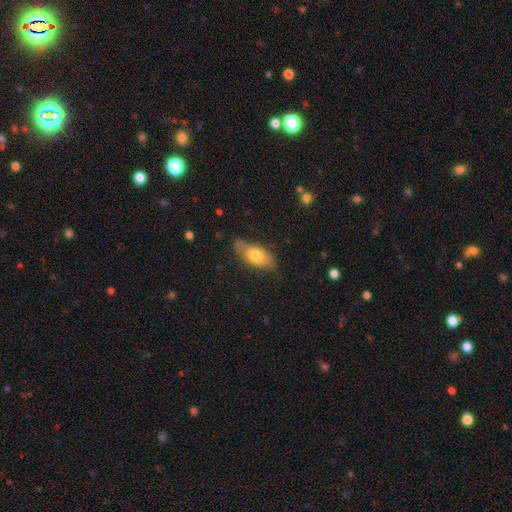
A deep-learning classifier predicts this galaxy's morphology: Smooth or featured? smooth (64%)
How rounded? in between (88%)
Merging? none (65%)